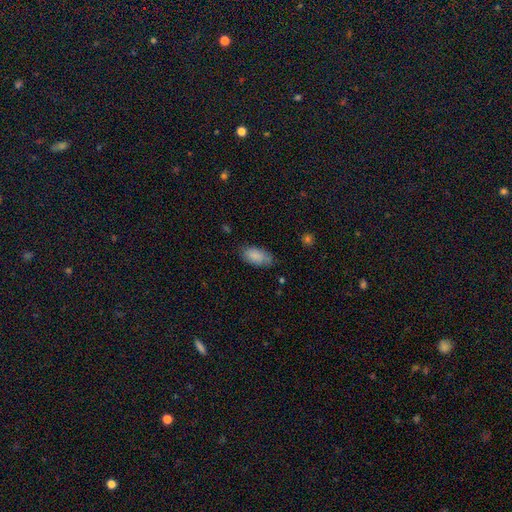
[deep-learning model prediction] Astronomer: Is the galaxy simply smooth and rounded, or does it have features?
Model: smooth — 87%.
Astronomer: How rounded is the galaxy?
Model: in between — 93%.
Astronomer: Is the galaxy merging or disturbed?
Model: none — 71%.